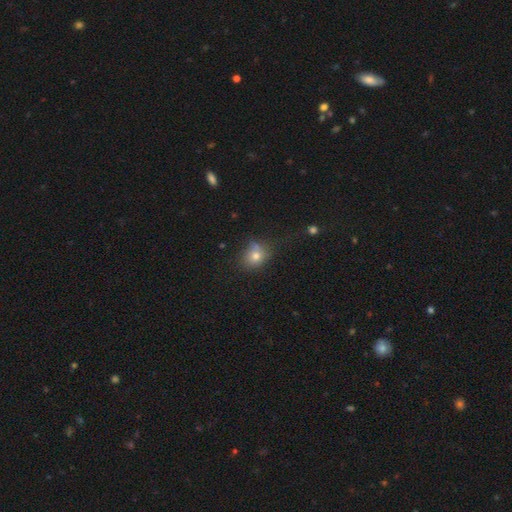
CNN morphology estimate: This is likely a smooth galaxy (74%). How rounded: likely round (61%). Merging: likely none (61%).